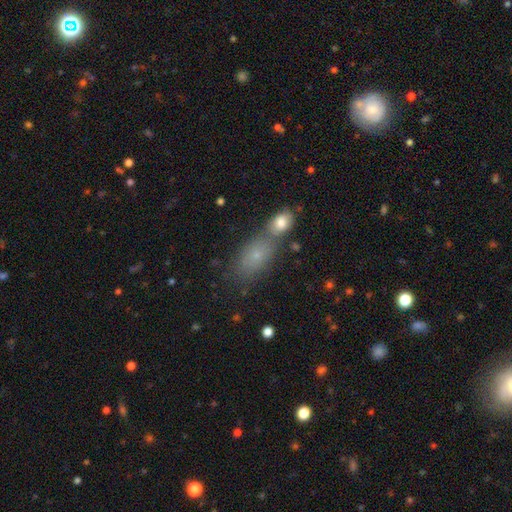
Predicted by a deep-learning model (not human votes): Morphology: type=smooth (71%); roundness=in between (84%); merging=none (44%).